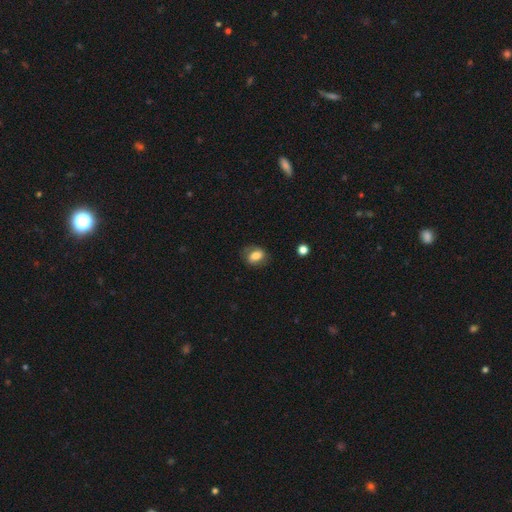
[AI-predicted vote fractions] This appears to be a smooth galaxy with no disk features (67%) that is in between round and cigar-shaped (68%). Merging: none (72%).